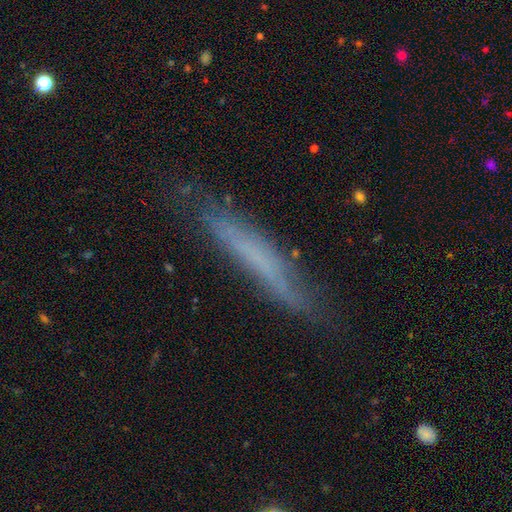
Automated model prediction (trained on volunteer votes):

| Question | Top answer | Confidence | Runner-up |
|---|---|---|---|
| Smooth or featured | smooth | 47% | featured or disk (44%) |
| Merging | none | 72% | minor disturbance (21%) |